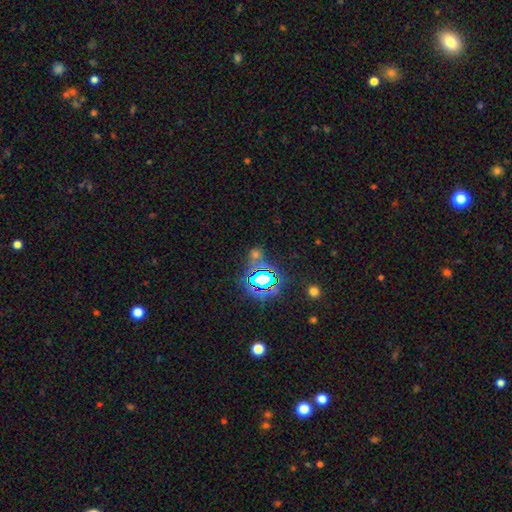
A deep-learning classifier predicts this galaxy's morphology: The model was most divided on "smooth or featured": star or artifact: 70%, smooth: 21%, featured or disk: 9%.